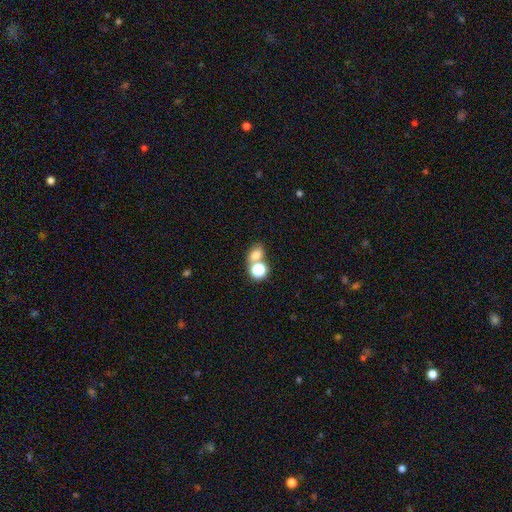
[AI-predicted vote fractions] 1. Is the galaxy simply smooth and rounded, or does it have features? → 71% smooth, 18% star or artifact, 11% featured or disk.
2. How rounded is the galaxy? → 55% in between, 43% round, 1% cigar-shaped.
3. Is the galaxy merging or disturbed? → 47% none, 40% merger, 9% minor disturbance, 4% major disturbance.